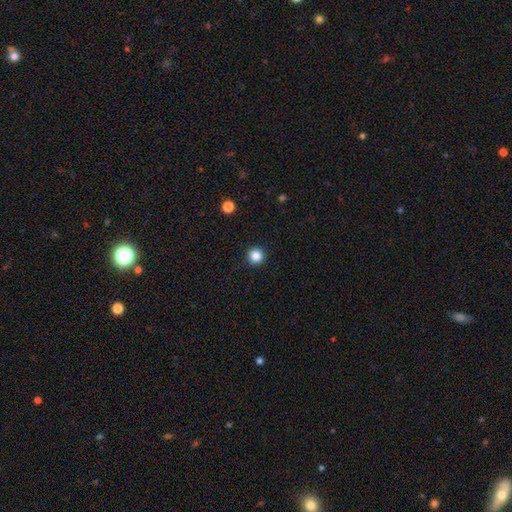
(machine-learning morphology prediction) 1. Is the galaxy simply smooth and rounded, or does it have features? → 85% smooth, 11% star or artifact, 4% featured or disk.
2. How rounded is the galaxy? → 96% round, 3% in between, 1% cigar-shaped.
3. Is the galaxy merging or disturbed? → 93% none, 5% minor disturbance, 2% major disturbance, 1% merger.